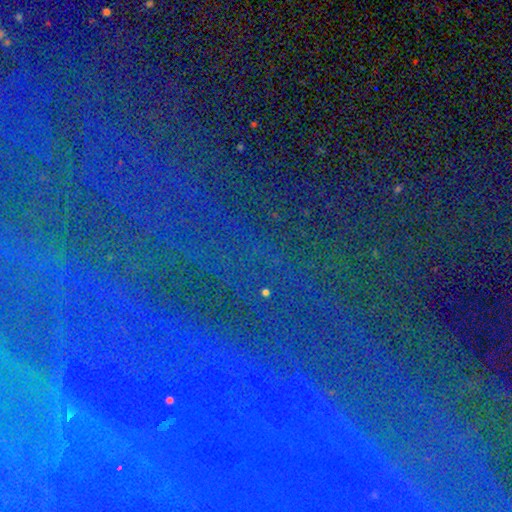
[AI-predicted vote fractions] Smooth or featured? Predicted: star or artifact (p=0.79).